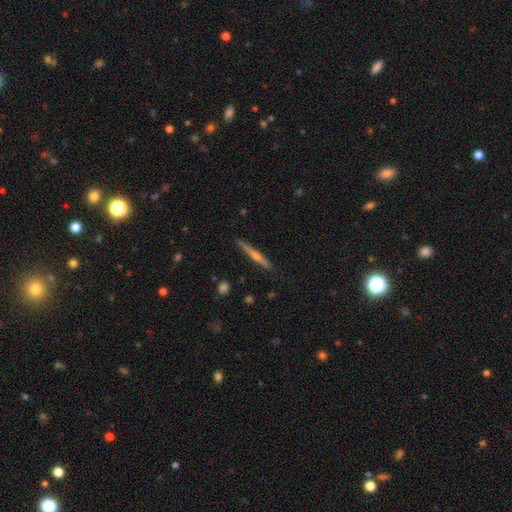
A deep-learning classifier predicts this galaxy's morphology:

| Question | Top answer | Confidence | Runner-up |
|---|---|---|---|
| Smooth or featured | featured or disk | 60% | smooth (33%) |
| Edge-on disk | yes | 98% | no (2%) |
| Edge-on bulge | rounded | 65% | none (27%) |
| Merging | none | 88% | minor disturbance (9%) |